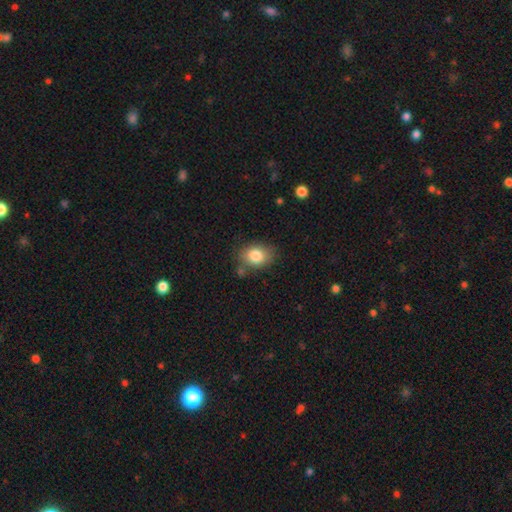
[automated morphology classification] This appears to be a smooth galaxy with no disk features (83%) that is in between round and cigar-shaped (66%). Merging: none (74%).